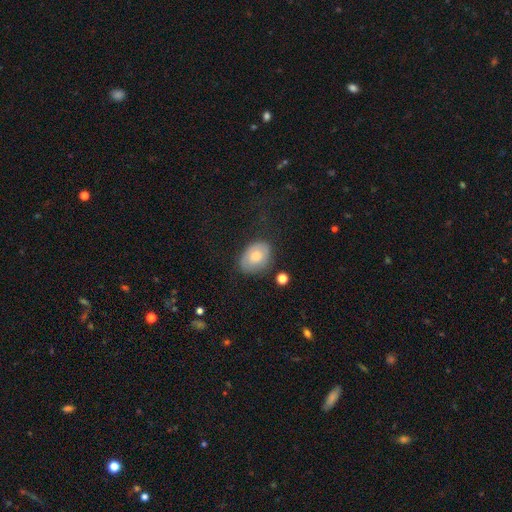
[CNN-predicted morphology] The model was most divided on "smooth or featured": smooth: 68%, featured or disk: 24%, star or artifact: 8%. More confident: how rounded — in between (74%); merging — none (72%).